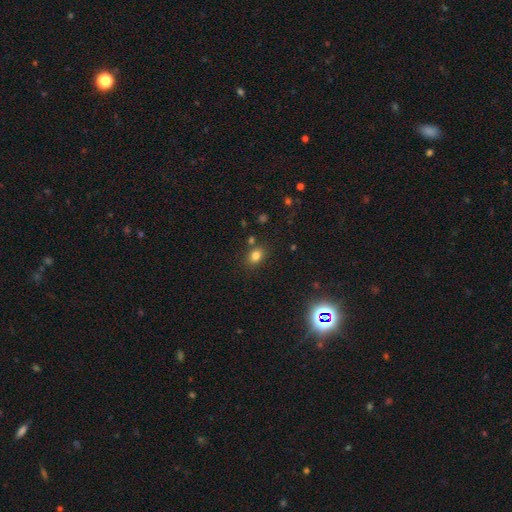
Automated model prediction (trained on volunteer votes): A smooth galaxy with no disk features (80%) that is in between round and cigar-shaped (61%).

Vote fractions:
- Smooth or featured? smooth: 80% / star or artifact: 13% / featured or disk: 6%
- How rounded? in between: 61% / round: 38% / cigar-shaped: 1%
- Merging? none: 79% / minor disturbance: 11% / merger: 6% / major disturbance: 3%